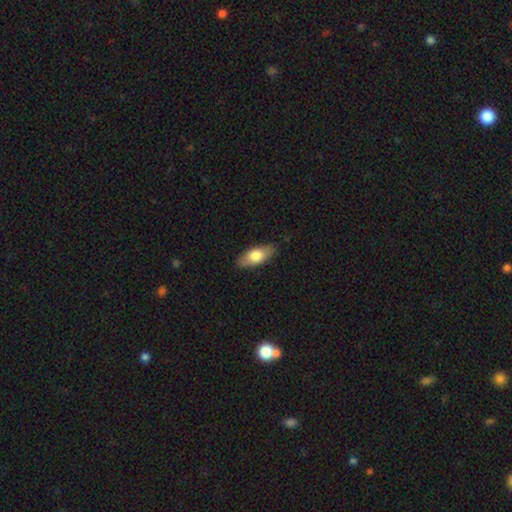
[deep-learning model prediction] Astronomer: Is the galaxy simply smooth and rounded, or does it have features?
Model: smooth — 70%.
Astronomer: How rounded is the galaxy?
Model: in between — 81%.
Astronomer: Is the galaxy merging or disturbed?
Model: none — 85%.